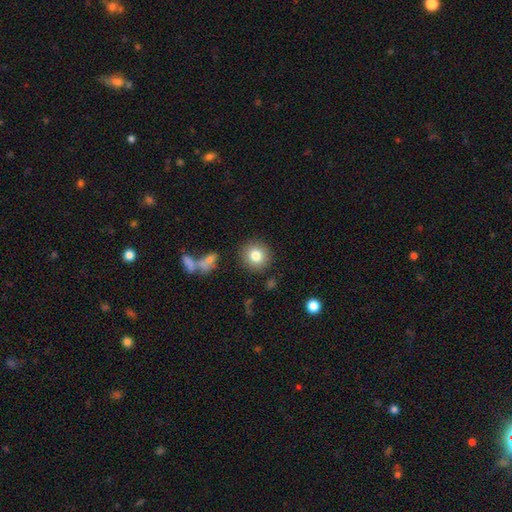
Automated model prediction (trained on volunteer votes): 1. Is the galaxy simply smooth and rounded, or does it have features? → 81% smooth, 10% star or artifact, 9% featured or disk.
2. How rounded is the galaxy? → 91% round, 8% in between, 1% cigar-shaped.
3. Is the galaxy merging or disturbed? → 87% none, 8% minor disturbance, 3% major disturbance, 3% merger.